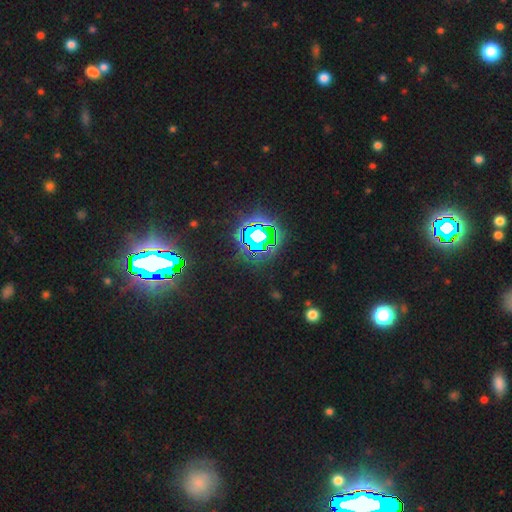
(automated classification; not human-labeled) Smooth or featured? star or artifact (82%)